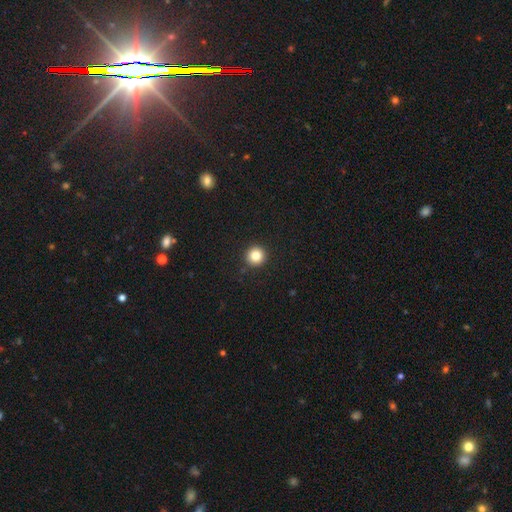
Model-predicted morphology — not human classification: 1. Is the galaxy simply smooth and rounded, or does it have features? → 83% smooth, 11% star or artifact, 6% featured or disk.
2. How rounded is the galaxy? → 95% round, 4% in between, 1% cigar-shaped.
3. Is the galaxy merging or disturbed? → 92% none, 5% minor disturbance, 2% major disturbance, 1% merger.